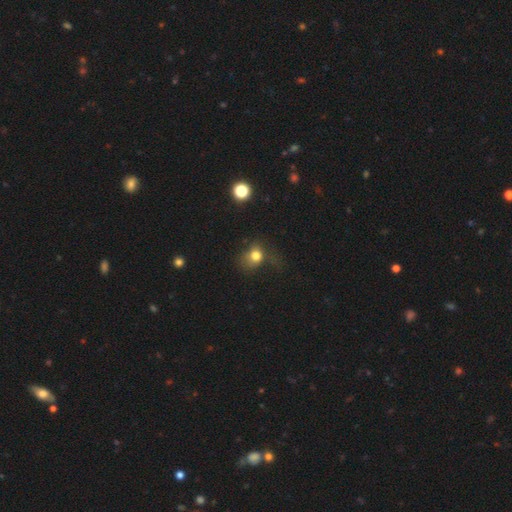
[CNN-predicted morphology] type=smooth (74%); roundness=round (55%); merging=none (38%).